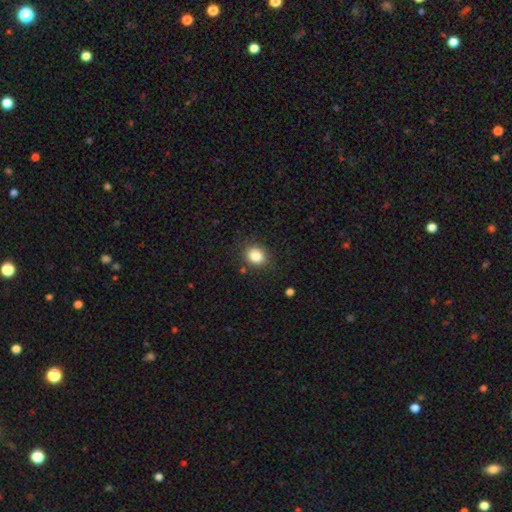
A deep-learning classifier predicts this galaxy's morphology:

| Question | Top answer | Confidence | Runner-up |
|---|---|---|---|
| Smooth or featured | smooth | 85% | star or artifact (10%) |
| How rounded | round | 57% | in between (42%) |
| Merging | none | 84% | minor disturbance (11%) |